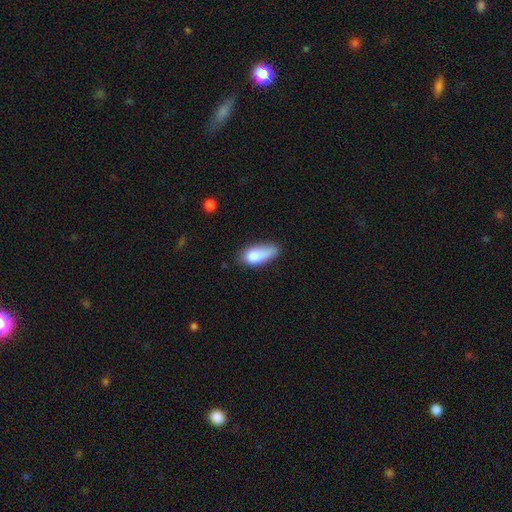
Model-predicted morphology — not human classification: This is likely a smooth galaxy (80%). How rounded: clearly in between (84%). Merging: marginally none (41%).